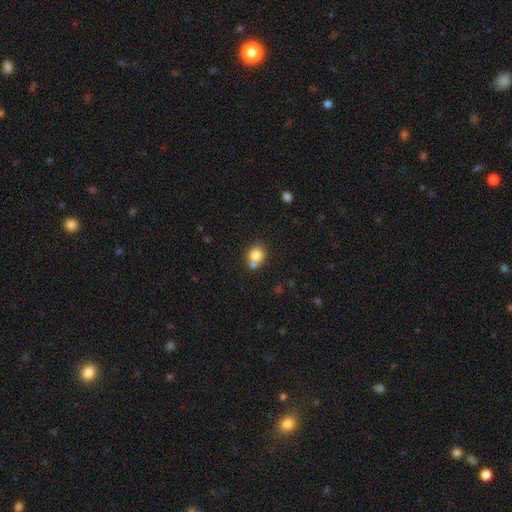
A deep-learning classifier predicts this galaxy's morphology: Q: Smooth or featured?
A: smooth (80%); runner-up: star or artifact (10%)
Q: How rounded?
A: round (75%); runner-up: in between (24%)
Q: Merging?
A: none (57%); runner-up: merger (30%)